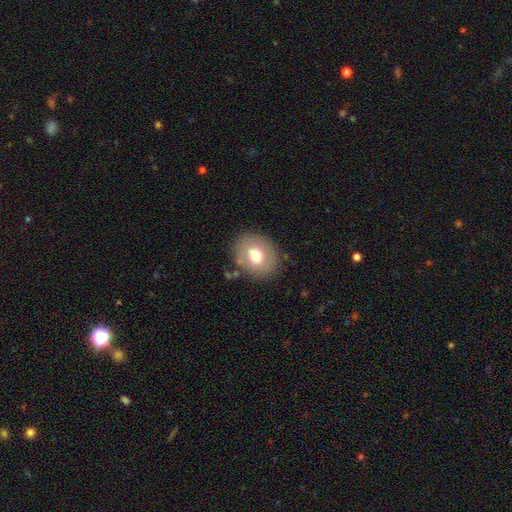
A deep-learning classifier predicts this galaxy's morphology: Q: Smooth or featured?
A: smooth (67%); runner-up: featured or disk (23%)
Q: How rounded?
A: round (57%); runner-up: in between (43%)
Q: Merging?
A: none (82%); runner-up: minor disturbance (11%)